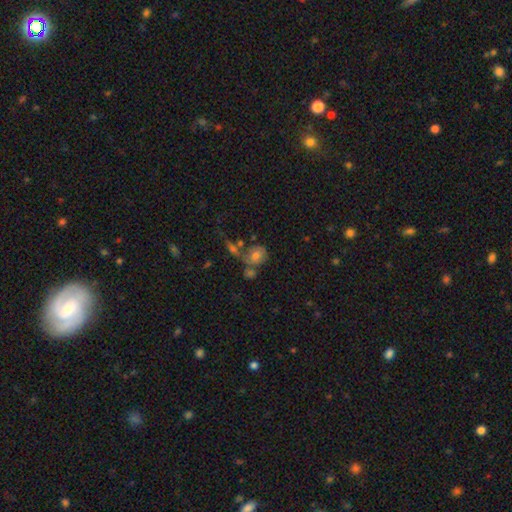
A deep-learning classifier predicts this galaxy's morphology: type=smooth (63%); roundness=round (62%); merging=none (40%).